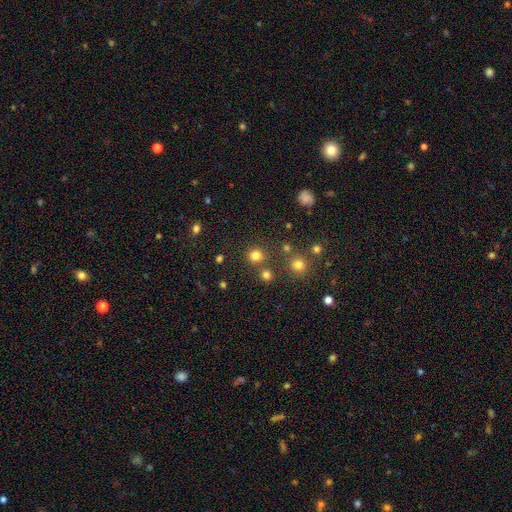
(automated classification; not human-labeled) smooth-or-featured: smooth: 78% | star or artifact: 17% | featured or disk: 5%
  how-rounded: round: 90% | in between: 9% | cigar-shaped: 1%
  merging: none: 80% | merger: 10% | minor disturbance: 7% | major disturbance: 3%